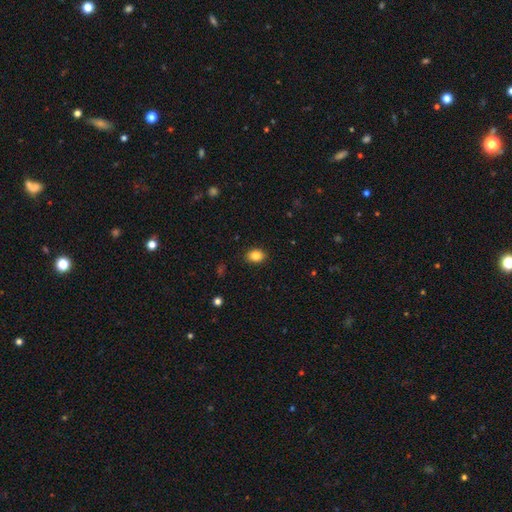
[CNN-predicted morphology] The model was most divided on "how rounded": in between: 59%, round: 40%, cigar-shaped: 1%. More confident: merging — none (90%); smooth or featured — smooth (84%).